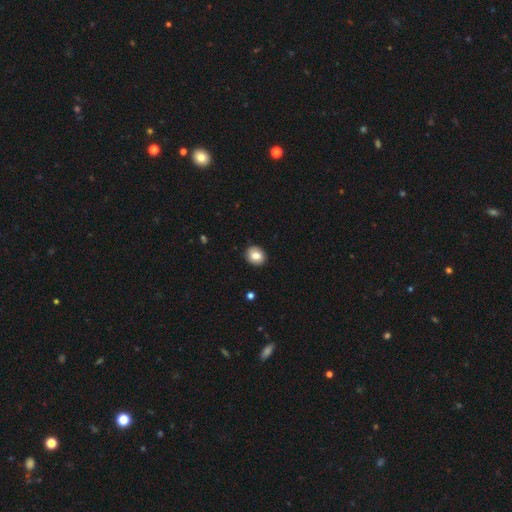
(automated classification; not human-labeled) A smooth galaxy with no disk features (81%) that is round (65%). Merging: none (90%).